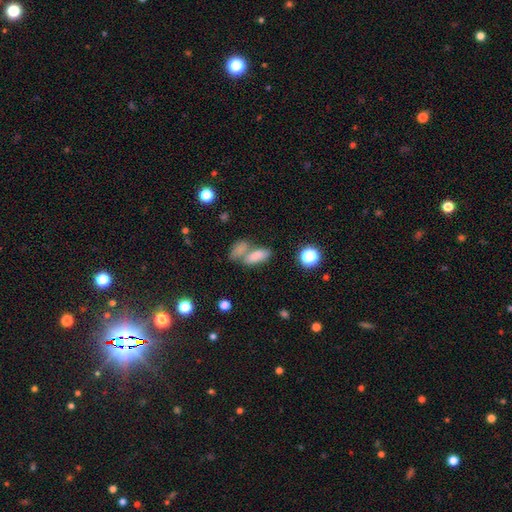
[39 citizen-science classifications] Morphology: type=smooth (87%); roundness=in between (85%); merging=merger (66%).